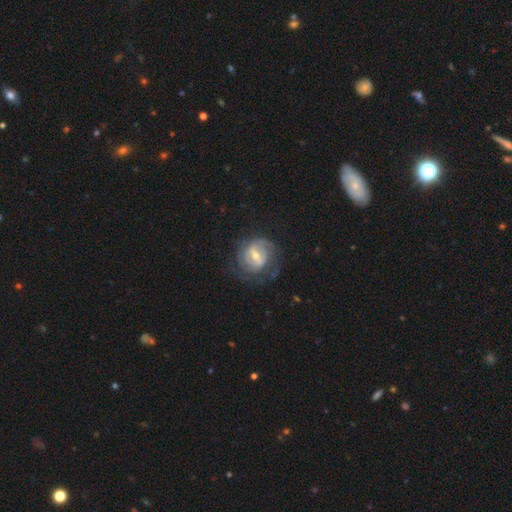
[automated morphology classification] A featured or disk galaxy (83%) with a weak bar (53%), 2 (38%) tight (62%) spiral arms (93%) and a moderate central bulge (61%). Merging: none (67%).